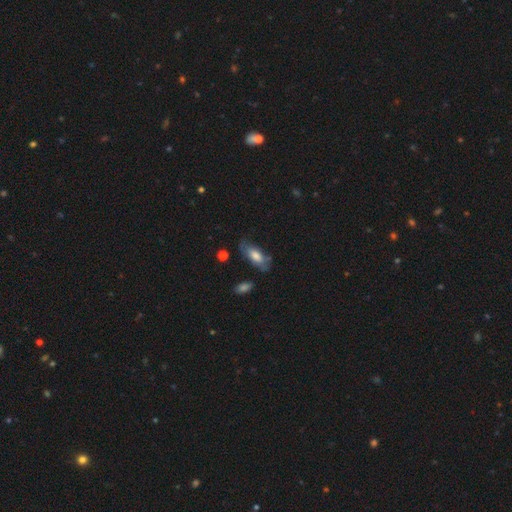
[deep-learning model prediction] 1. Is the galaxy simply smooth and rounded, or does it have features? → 66% smooth, 27% featured or disk, 7% star or artifact.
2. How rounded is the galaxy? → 79% in between, 19% cigar-shaped, 2% round.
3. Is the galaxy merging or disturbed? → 64% none, 24% minor disturbance, 8% major disturbance, 3% merger.